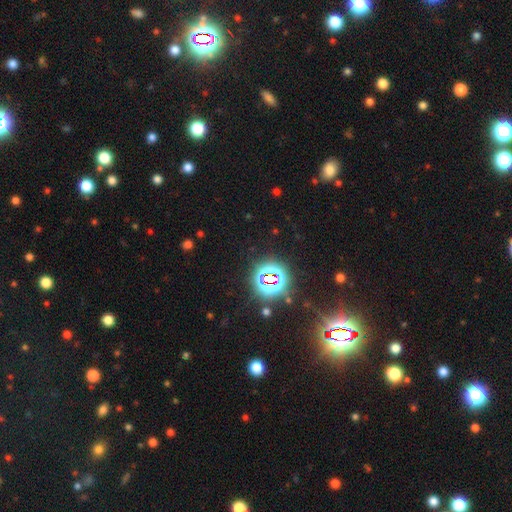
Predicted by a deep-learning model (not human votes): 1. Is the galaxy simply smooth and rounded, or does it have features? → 81% star or artifact, 12% smooth, 7% featured or disk.